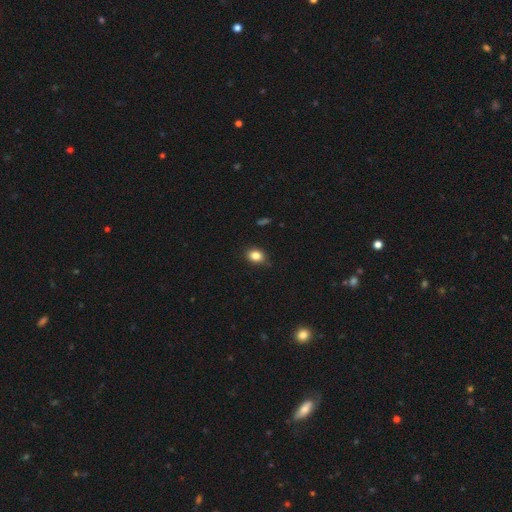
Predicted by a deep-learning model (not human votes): This is clearly a smooth galaxy (84%). How rounded: possibly in between (52%). Merging: clearly none (82%).